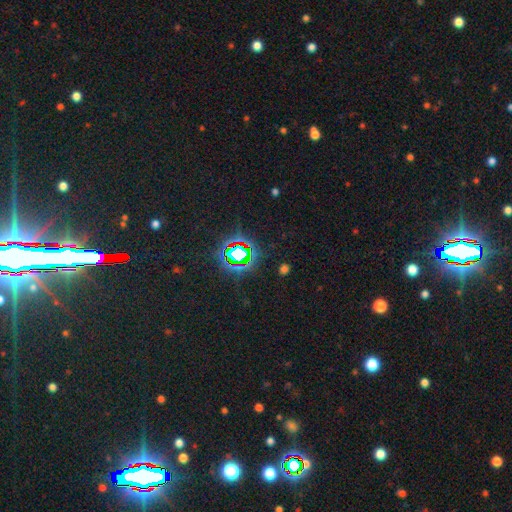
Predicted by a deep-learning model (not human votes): This appears to be a star or artifact, not a galaxy (82%).